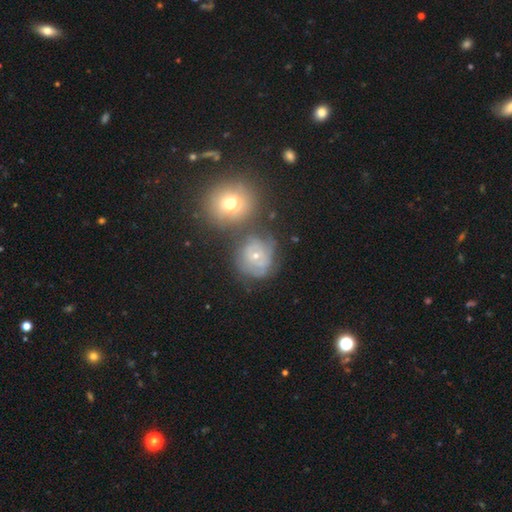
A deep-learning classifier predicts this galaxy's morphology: Smooth or featured: featured or disk — 54% (smooth — 34%)
Edge-on disk: no — 97% (yes — 3%)
Bar: no — 81% (weak — 16%)
Spiral arms: yes — 67% (no — 33%)
Bulge size: small — 60% (moderate — 35%)
Merging: none — 49% (merger — 23%)